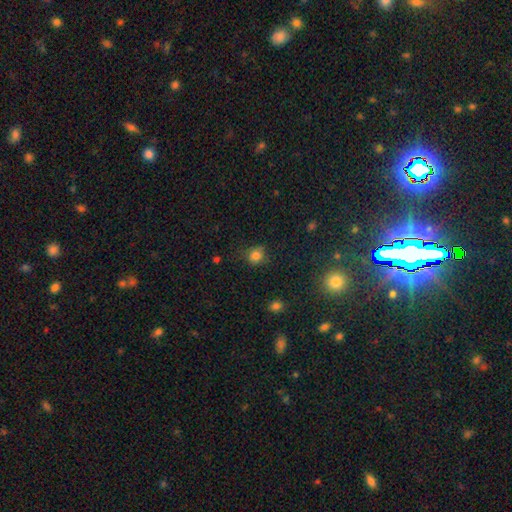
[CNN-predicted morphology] This appears to be a smooth galaxy with no disk features (79%) that is round (80%). Merging: none (72%).